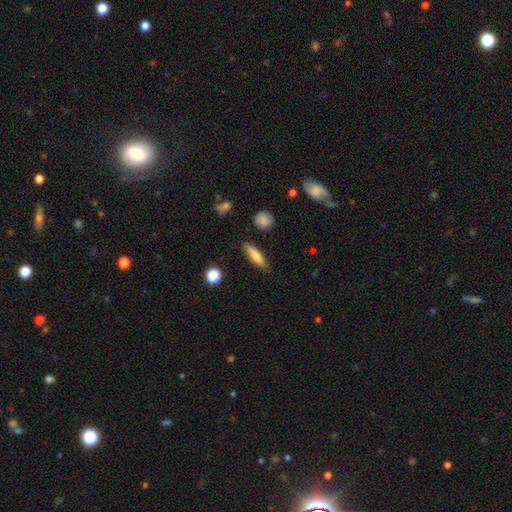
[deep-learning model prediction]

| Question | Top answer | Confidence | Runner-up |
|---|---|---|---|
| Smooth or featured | smooth | 75% | featured or disk (18%) |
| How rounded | cigar-shaped | 67% | in between (30%) |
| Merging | none | 84% | minor disturbance (11%) |